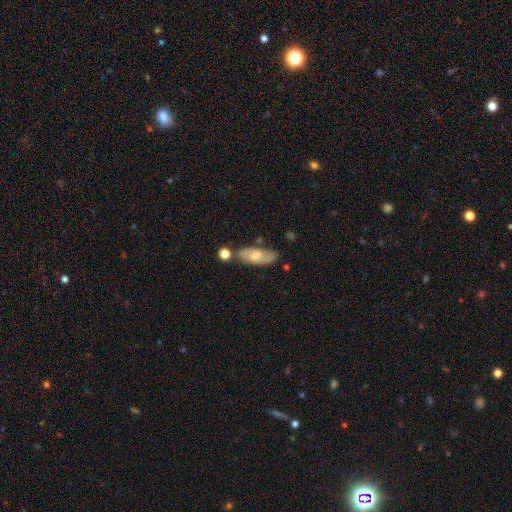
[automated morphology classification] Smooth or featured: smooth — 53% (featured or disk — 40%)
How rounded: in between — 73% (cigar-shaped — 24%)
Merging: none — 70% (minor disturbance — 17%)